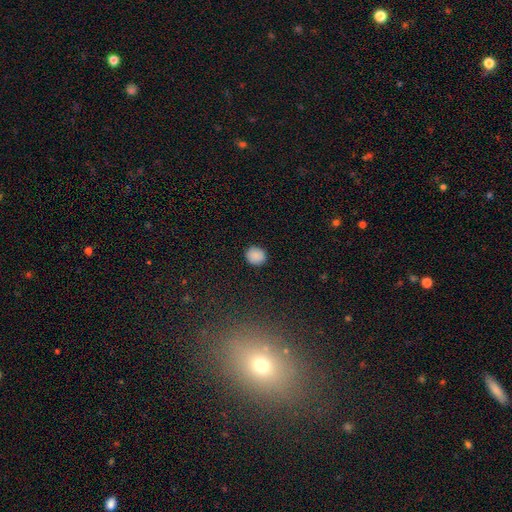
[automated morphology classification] A smooth galaxy with no disk features (88%) that is round (79%). Merging: none (89%).